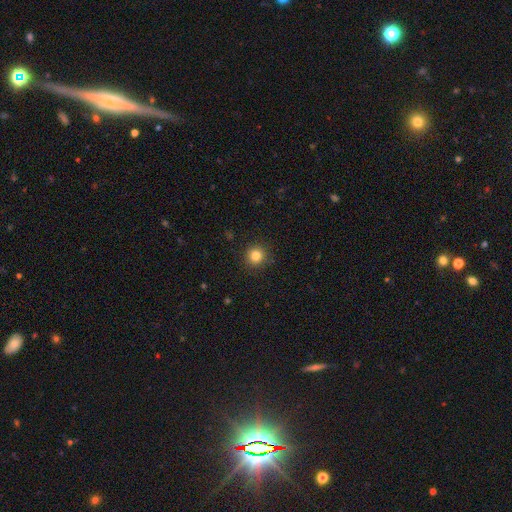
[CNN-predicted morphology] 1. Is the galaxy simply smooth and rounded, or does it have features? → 83% smooth, 12% star or artifact, 5% featured or disk.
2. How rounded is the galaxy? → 93% round, 6% in between, 1% cigar-shaped.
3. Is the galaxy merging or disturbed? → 91% none, 6% minor disturbance, 2% major disturbance, 1% merger.